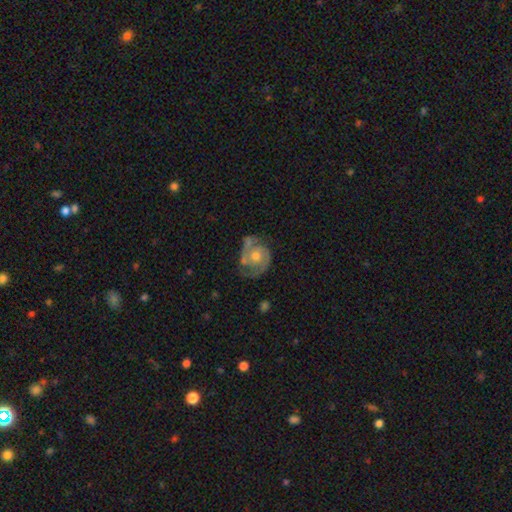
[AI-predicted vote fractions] A featured or disk galaxy (83%) with no bar (72%), 2 (78%) tight (45%) spiral arms (94%) and a moderate central bulge (64%). Merging: none (59%).